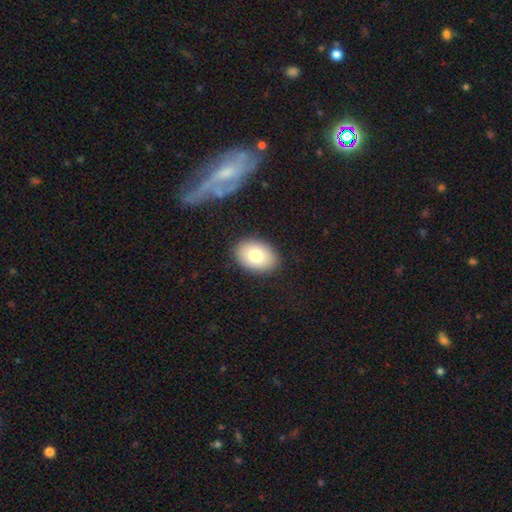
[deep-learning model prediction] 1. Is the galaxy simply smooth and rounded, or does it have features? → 77% smooth, 14% featured or disk, 8% star or artifact.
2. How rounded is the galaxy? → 78% in between, 21% round, 1% cigar-shaped.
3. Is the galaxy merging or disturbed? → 88% none, 8% minor disturbance, 2% major disturbance, 1% merger.